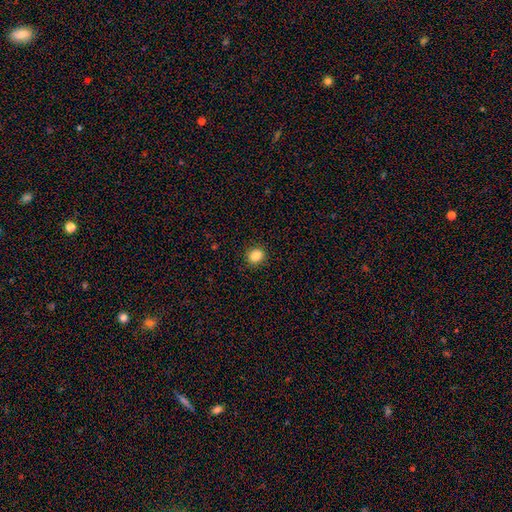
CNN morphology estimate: This appears to be a smooth galaxy with no disk features (86%) that is round (79%). Merging: none (91%).